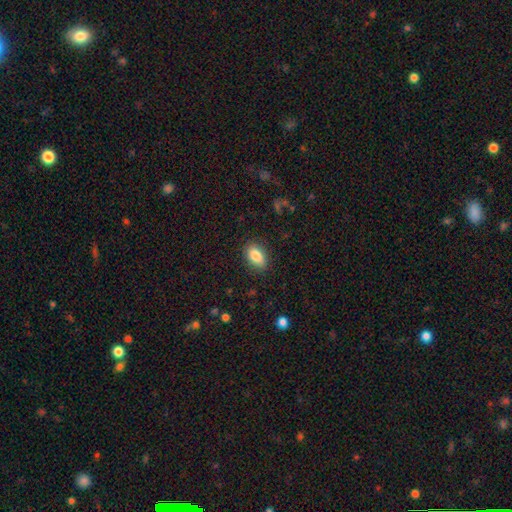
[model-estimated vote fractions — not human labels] Smooth or featured: smooth — 85% (star or artifact — 7%)
How rounded: in between — 90% (round — 7%)
Merging: none — 85% (minor disturbance — 11%)